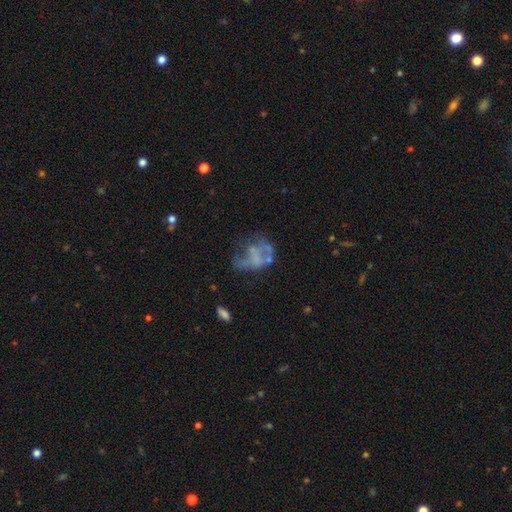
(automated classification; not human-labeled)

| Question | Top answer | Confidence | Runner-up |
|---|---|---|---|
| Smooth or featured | featured or disk | 59% | smooth (26%) |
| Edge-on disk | no | 98% | yes (2%) |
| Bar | no | 86% | weak (10%) |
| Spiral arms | no | 84% | yes (16%) |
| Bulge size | none | 78% | small (10%) |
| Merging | none | 36% | major disturbance (35%) |